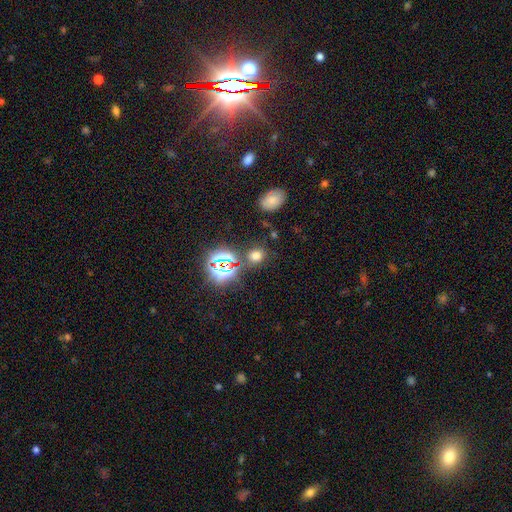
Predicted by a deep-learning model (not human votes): Morphology: type=smooth (60%); roundness=round (60%); merging=none (77%).